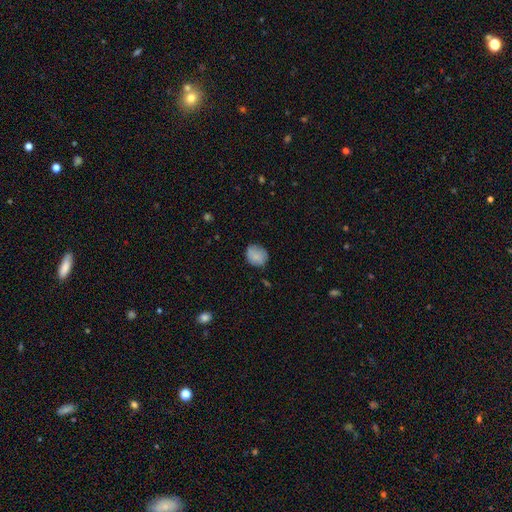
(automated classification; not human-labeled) Overall: smooth (82%). How rounded: round (68%; in between 31%). Merging: none (74%).